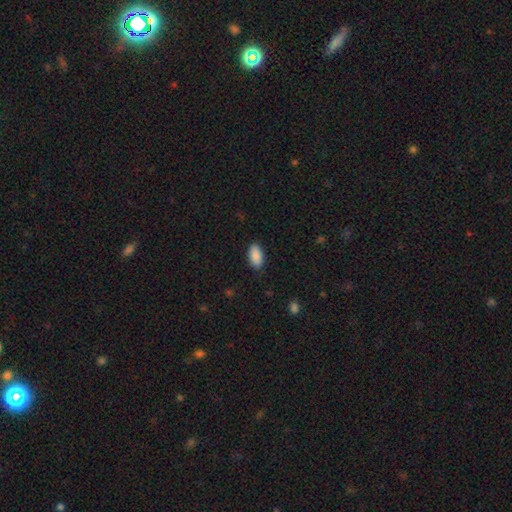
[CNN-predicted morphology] Smooth or featured?
  - smooth: 90% *
  - star or artifact: 7%
  - featured or disk: 4%
How rounded?
  - in between: 93% *
  - cigar-shaped: 4%
  - round: 3%
Merging?
  - none: 87% *
  - minor disturbance: 10%
  - major disturbance: 2%
  - merger: 1%